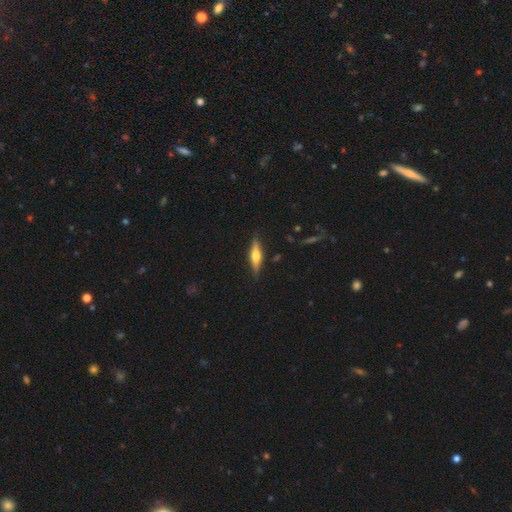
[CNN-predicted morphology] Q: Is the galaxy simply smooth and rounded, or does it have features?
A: featured or disk — 59%.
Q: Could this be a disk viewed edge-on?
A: yes — 95%.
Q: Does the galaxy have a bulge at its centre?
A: rounded — 90%.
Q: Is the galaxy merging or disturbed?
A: none — 86%.